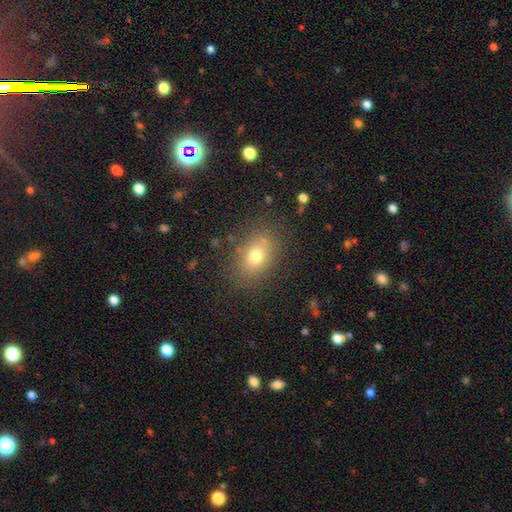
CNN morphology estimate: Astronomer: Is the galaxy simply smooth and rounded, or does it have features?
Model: smooth — 73%.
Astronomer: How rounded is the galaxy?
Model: in between — 68%.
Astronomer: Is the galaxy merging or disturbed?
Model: none — 80%.